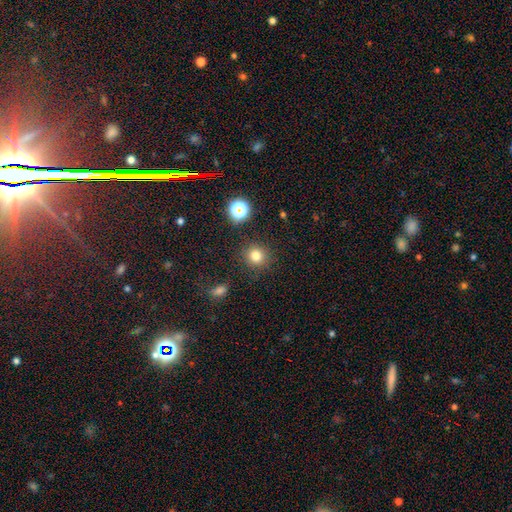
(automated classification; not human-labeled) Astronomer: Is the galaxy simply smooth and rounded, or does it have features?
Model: smooth — 77%.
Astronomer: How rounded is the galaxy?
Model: round — 91%.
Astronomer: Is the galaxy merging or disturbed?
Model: none — 86%.